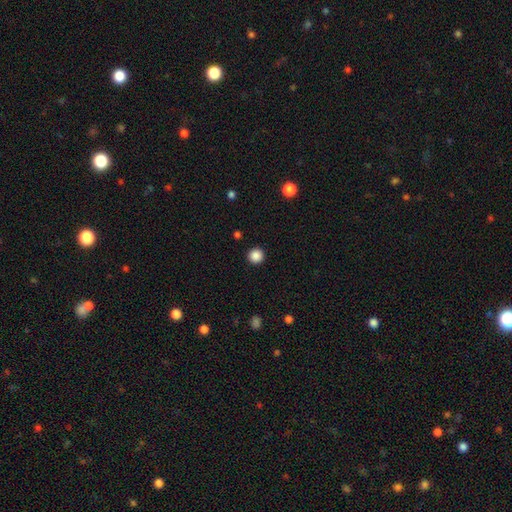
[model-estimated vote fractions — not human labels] smooth-or-featured: smooth: 87% | star or artifact: 10% | featured or disk: 3%
  how-rounded: round: 96% | in between: 3% | cigar-shaped: 1%
  merging: none: 93% | minor disturbance: 4% | major disturbance: 2% | merger: 1%